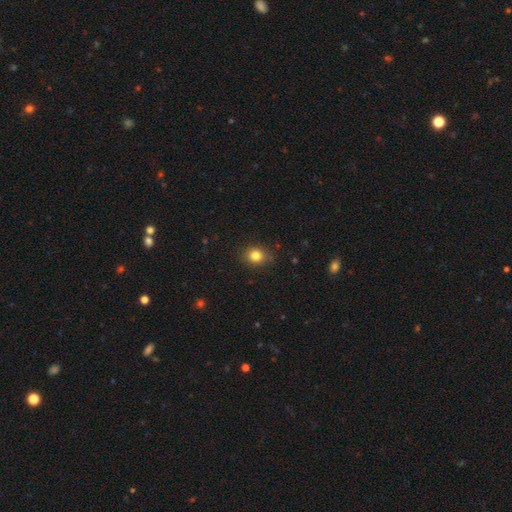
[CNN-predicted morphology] This appears to be a smooth galaxy with no disk features (82%) that is round (67%). Merging: none (85%).